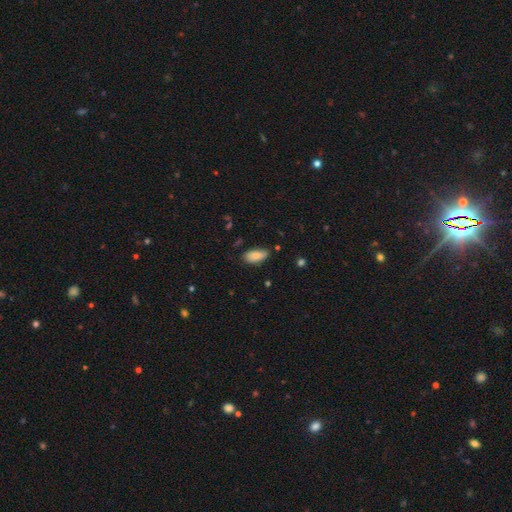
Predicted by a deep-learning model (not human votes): A smooth galaxy with no disk features (84%) that is in between round and cigar-shaped (91%). Merging: none (64%).